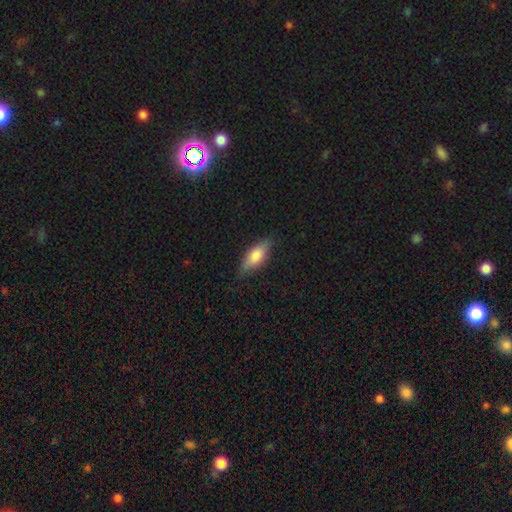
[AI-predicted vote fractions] Morphology: type=smooth (75%); roundness=in between (75%); merging=none (76%).